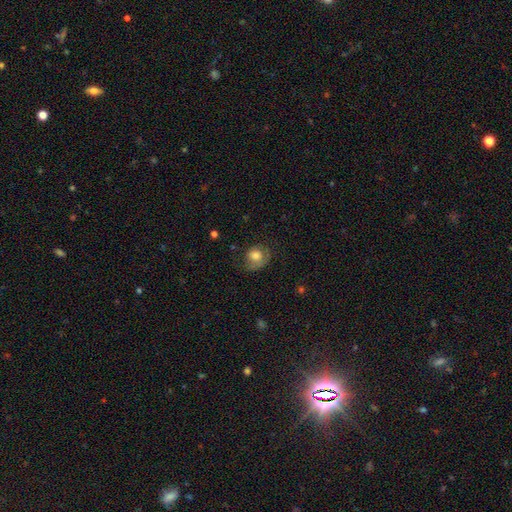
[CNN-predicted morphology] Smooth or featured?
  - smooth: 70% *
  - featured or disk: 22%
  - star or artifact: 8%
How rounded?
  - round: 68% *
  - in between: 32%
  - cigar-shaped: 1%
Merging?
  - none: 51% *
  - minor disturbance: 29%
  - major disturbance: 19%
  - merger: 2%